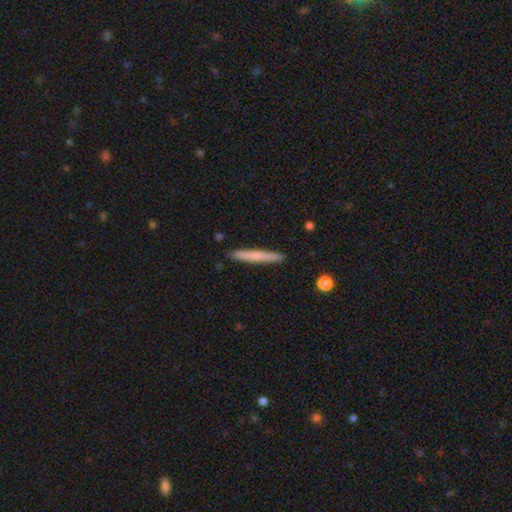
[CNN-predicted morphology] type=smooth (65%); roundness=cigar-shaped (96%); merging=none (91%).